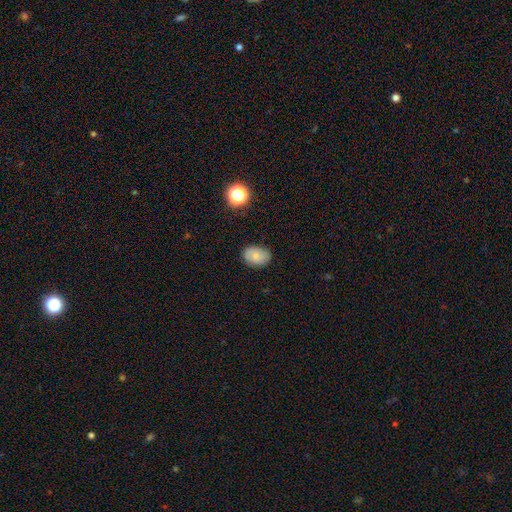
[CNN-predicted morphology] A smooth galaxy with no disk features (72%) that is in between round and cigar-shaped (77%).

Vote fractions:
- Smooth or featured? smooth: 72% / featured or disk: 19% / star or artifact: 9%
- How rounded? in between: 77% / round: 22% / cigar-shaped: 1%
- Merging? none: 81% / minor disturbance: 15% / major disturbance: 3% / merger: 1%